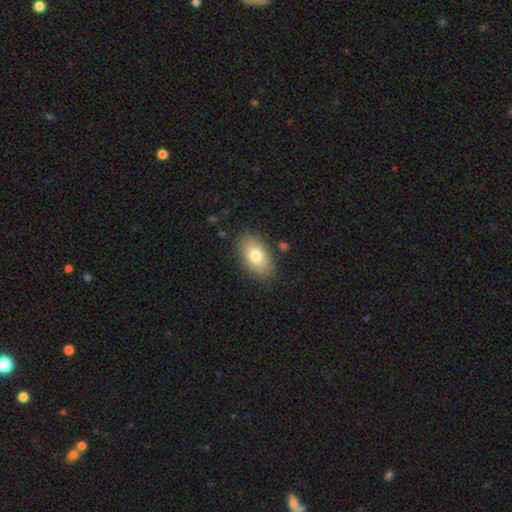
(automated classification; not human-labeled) This appears to be a smooth galaxy with no disk features (77%) that is in between round and cigar-shaped (92%). Merging: none (84%).